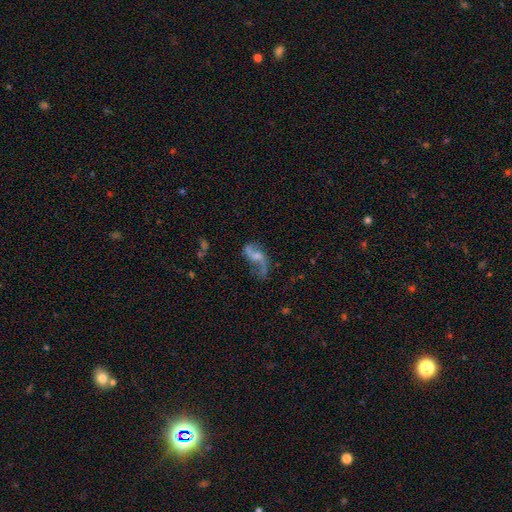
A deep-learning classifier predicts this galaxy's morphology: Smooth or featured? Predicted: featured or disk (p=0.82). Edge-on disk? Predicted: no (p=0.97). Bar? Predicted: no (p=0.49). Spiral arms? Predicted: yes (p=0.93). Spiral winding? Predicted: loose (p=0.85). Spiral arm count? Predicted: 2 (p=0.90). Bulge size? Predicted: moderate (p=0.35, tied with small). Merging? Predicted: none (p=0.61).